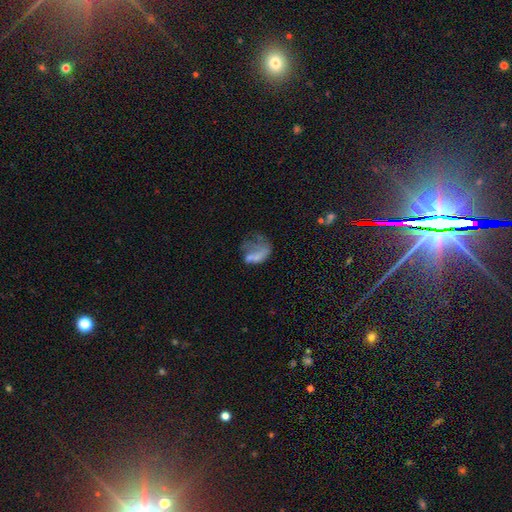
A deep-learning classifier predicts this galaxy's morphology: type=smooth (47%); merging=major disturbance (51%).